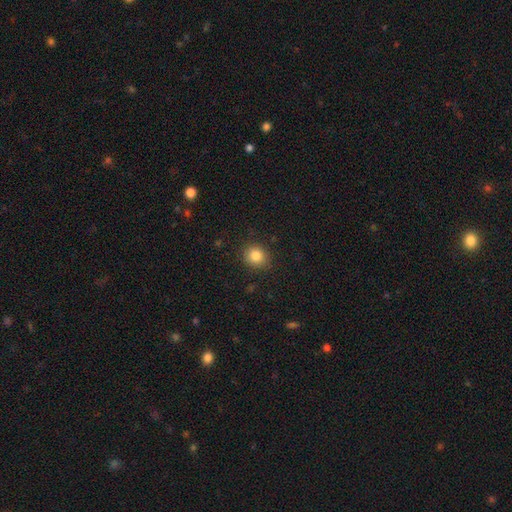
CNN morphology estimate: Smooth or featured?
  - smooth: 85% *
  - star or artifact: 10%
  - featured or disk: 5%
How rounded?
  - round: 83% *
  - in between: 16%
  - cigar-shaped: 1%
Merging?
  - none: 88% *
  - minor disturbance: 9%
  - major disturbance: 3%
  - merger: 1%